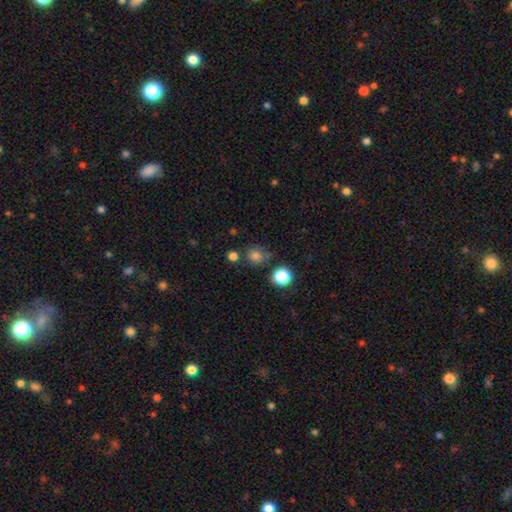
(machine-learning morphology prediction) A smooth galaxy with no disk features (78%) that is round (87%). Merging: none (73%).